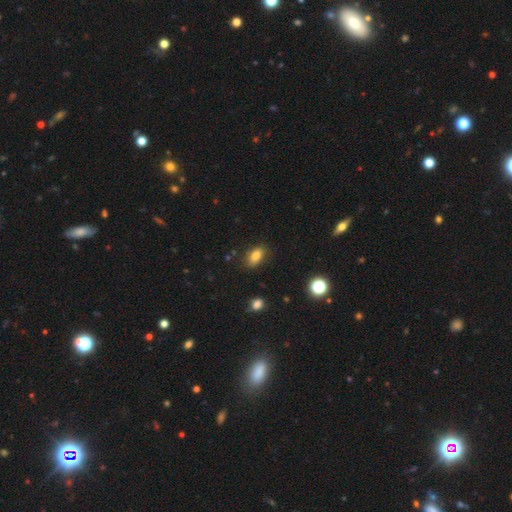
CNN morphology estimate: Overall: smooth (83%). How rounded: in between (88%). Merging: none (82%).